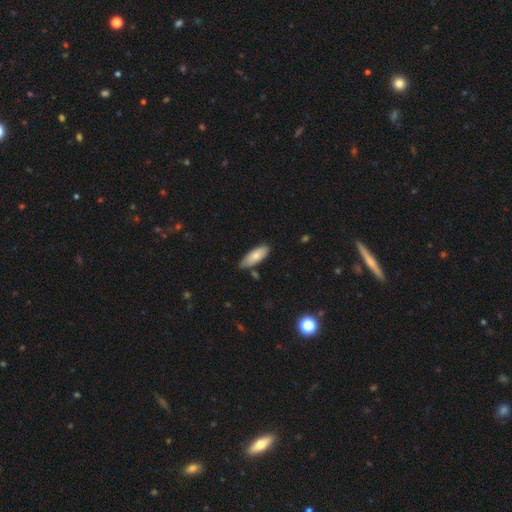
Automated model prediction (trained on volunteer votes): Smooth or featured? smooth (77%)
How rounded? in between (71%)
Merging? none (73%)